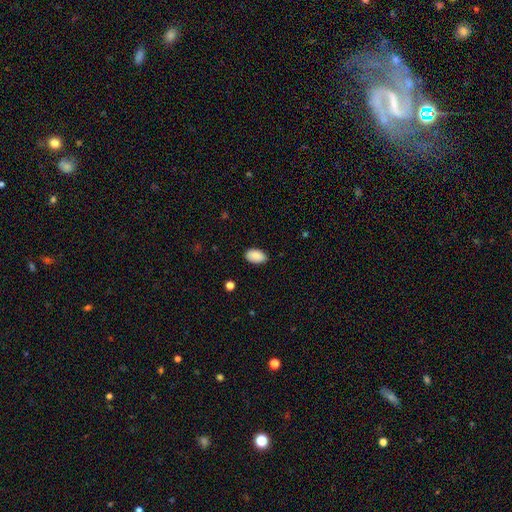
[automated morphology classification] Smooth or featured? Predicted: smooth (p=0.87). How rounded? Predicted: in between (p=0.93). Merging? Predicted: none (p=0.84).